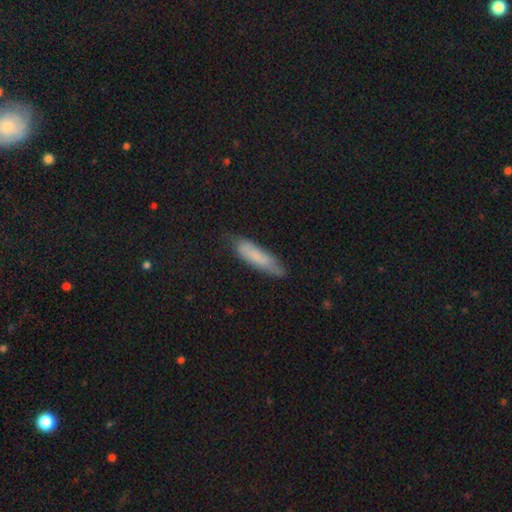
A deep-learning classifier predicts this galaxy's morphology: A smooth galaxy with no disk features (72%) that is cigar-shaped (69%). Merging: none (69%).